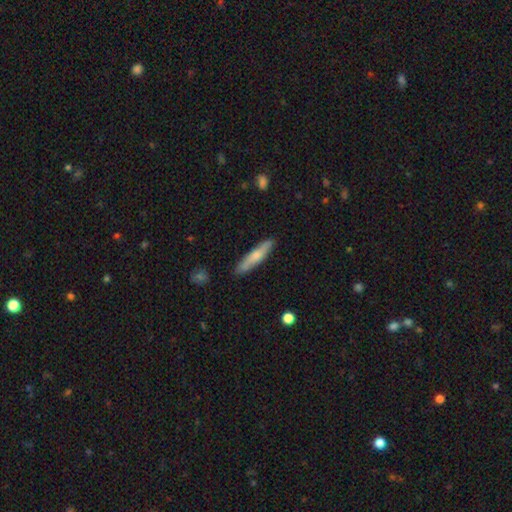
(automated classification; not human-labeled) This is likely a smooth galaxy (61%). How rounded: clearly cigar-shaped (87%). Merging: clearly none (87%).